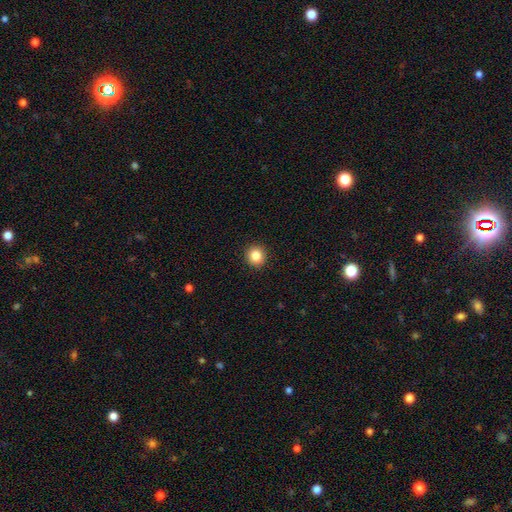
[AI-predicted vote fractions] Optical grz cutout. It shows a smooth galaxy with no disk features (85%) that is round (91%). Merging: none (93%).